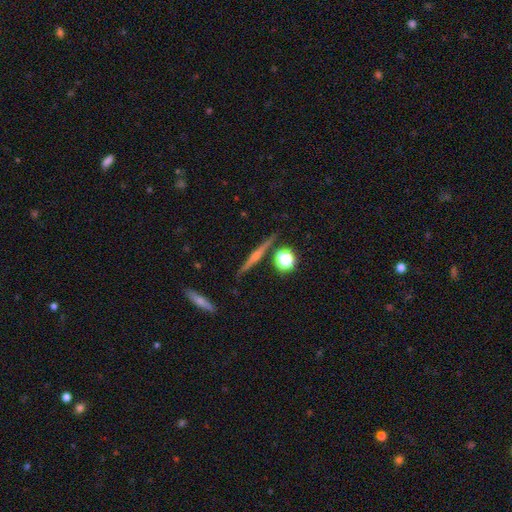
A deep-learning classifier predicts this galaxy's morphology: Smooth or featured? Predicted: featured or disk (p=0.72). Edge-on disk? Predicted: yes (p=0.98). Edge-on bulge? Predicted: rounded (p=0.76). Merging? Predicted: none (p=0.89).